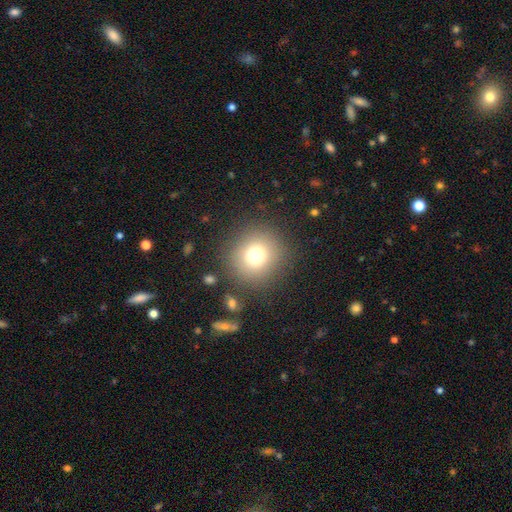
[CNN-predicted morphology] A smooth galaxy with no disk features (73%) that is round (92%).

Vote fractions:
- Smooth or featured? smooth: 73% / star or artifact: 16% / featured or disk: 11%
- How rounded? round: 92% / in between: 7% / cigar-shaped: 1%
- Merging? none: 85% / minor disturbance: 8% / major disturbance: 4% / merger: 3%